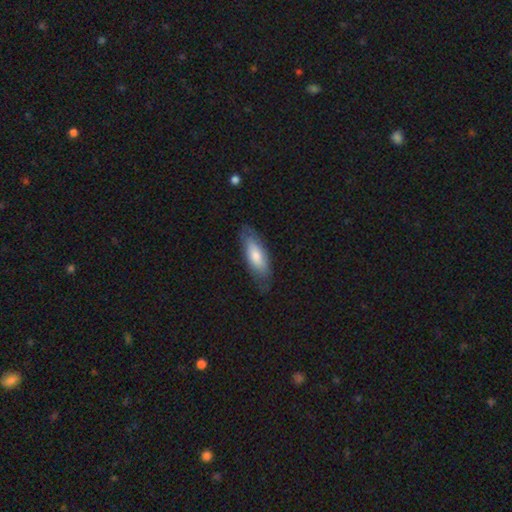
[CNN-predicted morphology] A smooth galaxy with no disk features (66%) that is in between round and cigar-shaped (62%). Merging: none (78%).